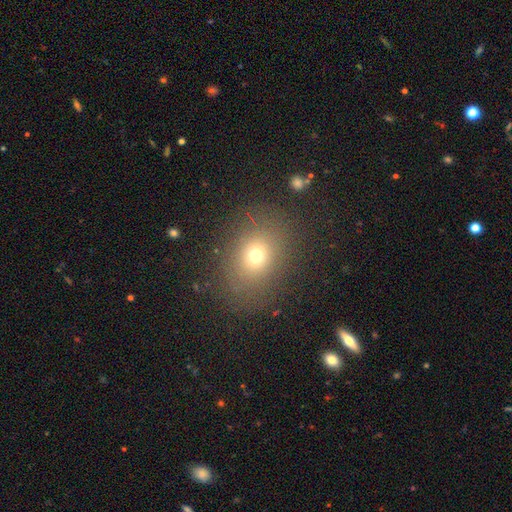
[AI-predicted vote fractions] Q: Smooth or featured?
A: smooth (69%); runner-up: star or artifact (18%)
Q: How rounded?
A: in between (53%); runner-up: round (46%)
Q: Merging?
A: none (81%); runner-up: minor disturbance (11%)